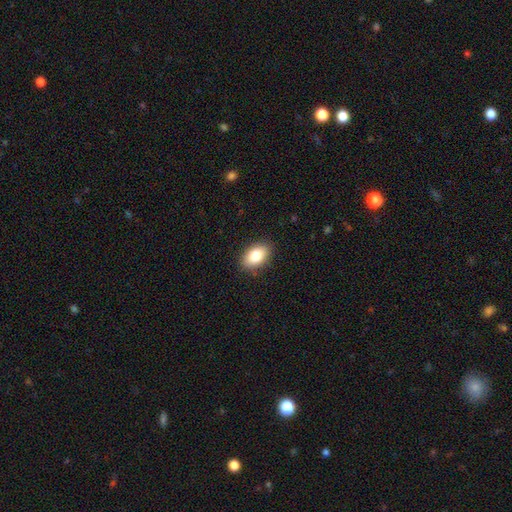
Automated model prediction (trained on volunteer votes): A smooth galaxy with no disk features (82%) that is in between round and cigar-shaped (89%). Merging: none (88%).